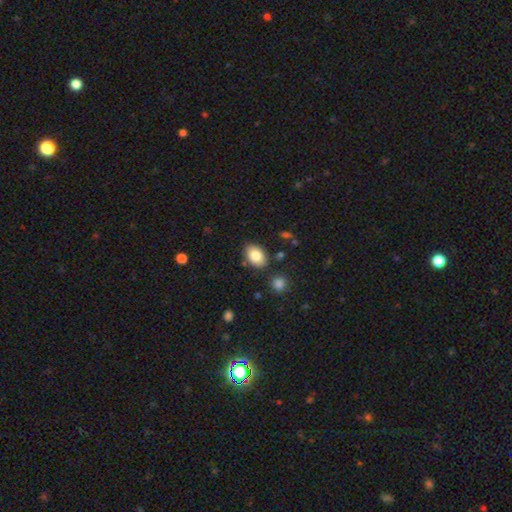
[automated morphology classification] type=smooth (84%); roundness=in between (85%); merging=none (82%).